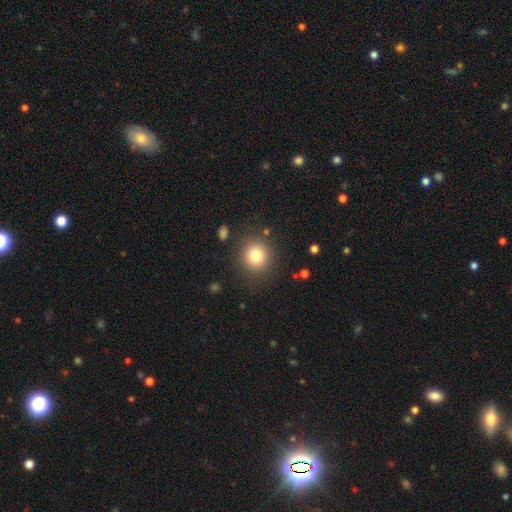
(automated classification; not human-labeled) This is clearly a smooth galaxy (80%). How rounded: clearly round (88%). Merging: clearly none (85%).